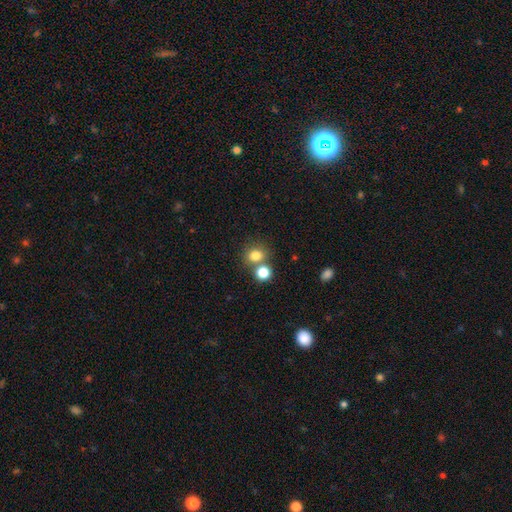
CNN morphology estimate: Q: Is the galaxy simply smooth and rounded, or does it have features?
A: smooth — 79%.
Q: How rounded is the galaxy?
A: round — 72%.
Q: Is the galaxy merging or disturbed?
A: none — 60%.